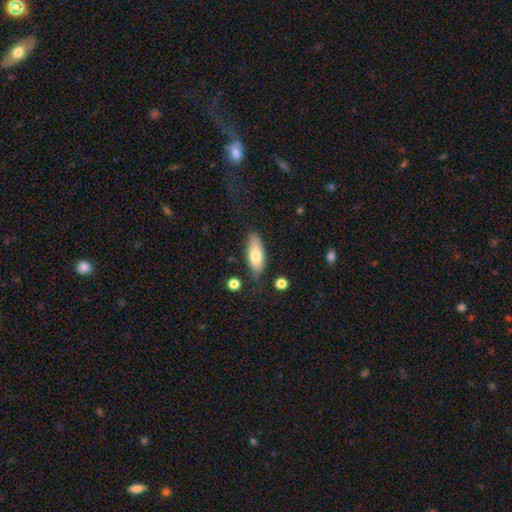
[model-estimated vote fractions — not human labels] This is likely a smooth galaxy (73%). How rounded: likely in between (72%). Merging: likely none (73%).